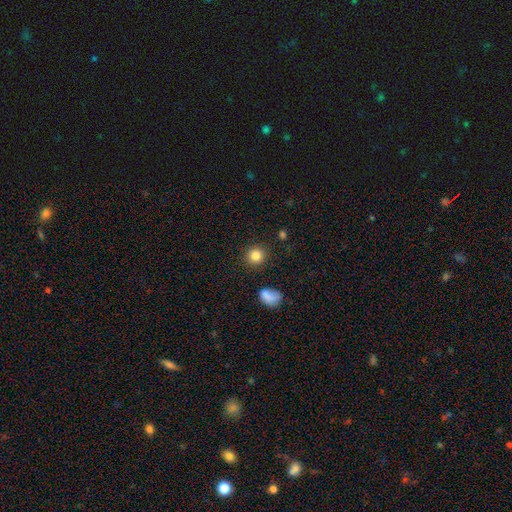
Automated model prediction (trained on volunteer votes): A smooth galaxy with no disk features (83%) that is round (90%). Merging: none (89%).